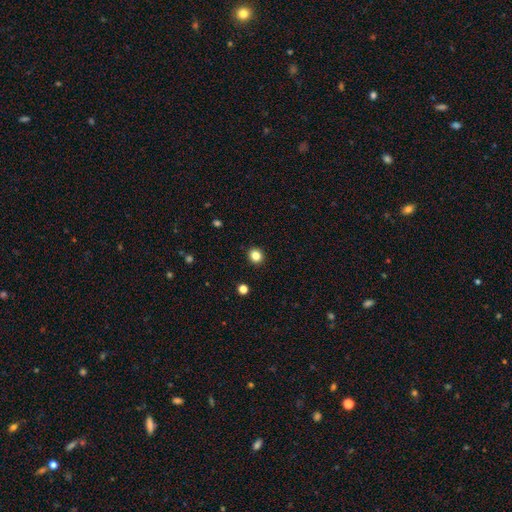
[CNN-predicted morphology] Smooth or featured? Predicted: smooth (p=0.84). How rounded? Predicted: round (p=0.90). Merging? Predicted: none (p=0.93).